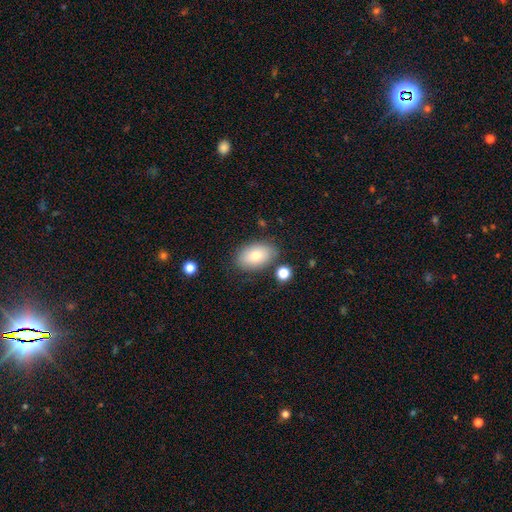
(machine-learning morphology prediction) Smooth or featured?
  - smooth: 78% *
  - featured or disk: 14%
  - star or artifact: 7%
How rounded?
  - in between: 91% *
  - round: 8%
  - cigar-shaped: 1%
Merging?
  - none: 79% *
  - minor disturbance: 13%
  - merger: 4%
  - major disturbance: 3%